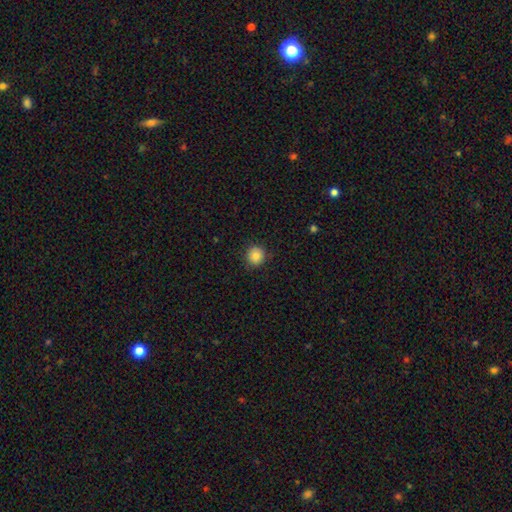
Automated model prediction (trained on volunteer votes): Q: Smooth or featured?
A: smooth (84%); runner-up: star or artifact (10%)
Q: How rounded?
A: round (92%); runner-up: in between (8%)
Q: Merging?
A: none (89%); runner-up: minor disturbance (8%)